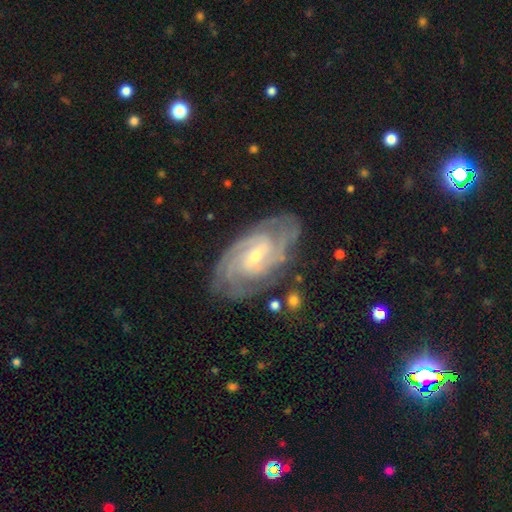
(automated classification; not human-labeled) smooth-or-featured: featured or disk: 89% | smooth: 5% | star or artifact: 5%
  disk-edge-on: no: 96% | yes: 4%
    bar: weak: 48% | no: 32% | strong: 20%
    has-spiral-arms: yes: 98% | no: 2%
      spiral-winding: tight: 66% | medium: 29% | loose: 5%
      spiral-arm-count: 3: 24% | 4: 23% | 2: 21% | can't tell: 20% | more than 4: 6% | 1: 5%
    bulge-size: small: 67% | moderate: 30% | large: 1% | none: 1% | dominant: 1%
  merging: none: 77% | minor disturbance: 16% | major disturbance: 5% | merger: 2%